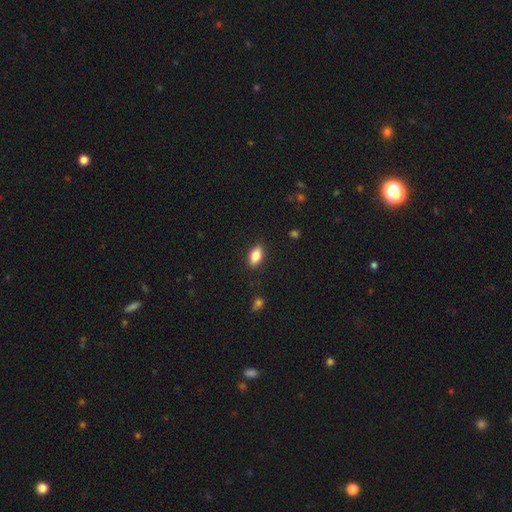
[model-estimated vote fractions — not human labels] This appears to be a smooth galaxy with no disk features (82%) that is in between round and cigar-shaped (88%). Merging: none (87%).